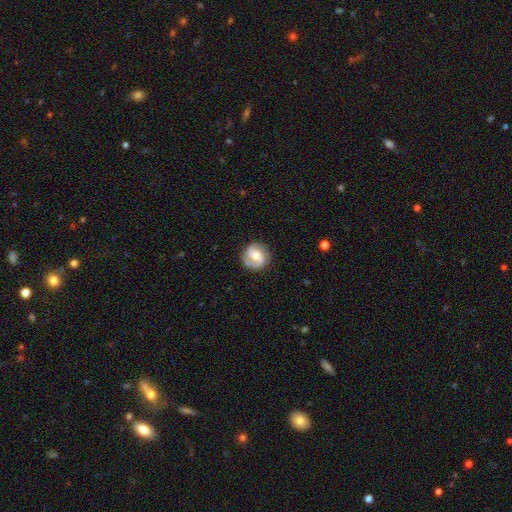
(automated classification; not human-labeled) Smooth or featured: featured or disk — 70% (smooth — 24%)
Edge-on disk: no — 98% (yes — 2%)
Bar: weak — 48% (no — 31%)
Spiral arms: yes — 91% (no — 9%)
Spiral winding: medium — 46% (tight — 31%)
Spiral arm count: 2 — 82% (1 — 10%)
Bulge size: moderate — 62% (small — 27%)
Merging: none — 83% (minor disturbance — 12%)